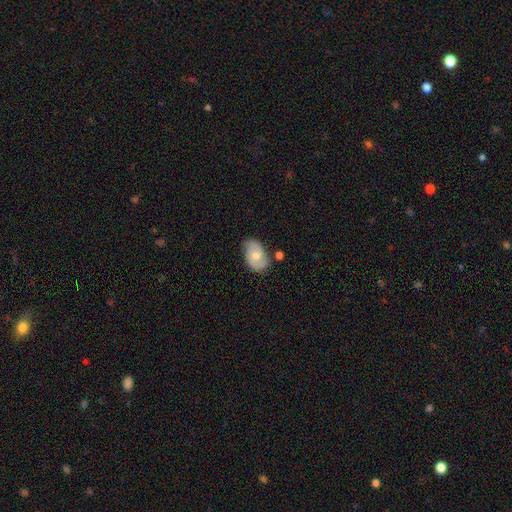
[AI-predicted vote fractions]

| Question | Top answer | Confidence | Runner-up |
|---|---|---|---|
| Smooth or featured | smooth | 51% | featured or disk (42%) |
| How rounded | in between | 88% | round (11%) |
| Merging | none | 62% | minor disturbance (24%) |